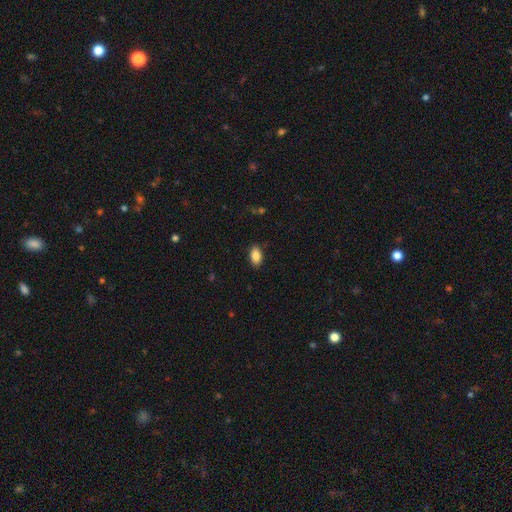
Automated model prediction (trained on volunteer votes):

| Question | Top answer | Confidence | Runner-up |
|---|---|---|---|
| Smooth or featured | smooth | 87% | star or artifact (8%) |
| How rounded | in between | 92% | round (6%) |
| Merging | none | 88% | minor disturbance (9%) |